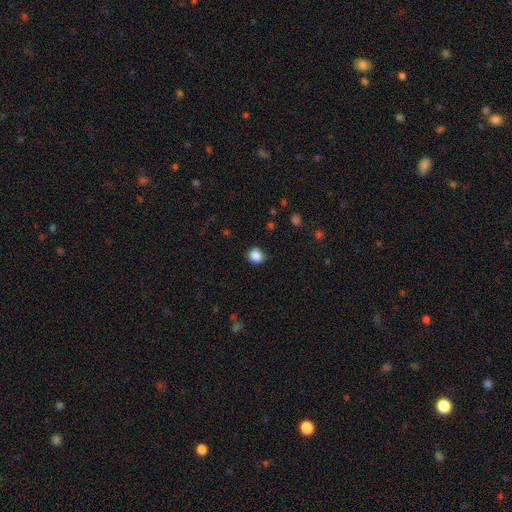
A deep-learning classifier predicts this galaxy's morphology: smooth-or-featured: smooth: 87% | star or artifact: 10% | featured or disk: 3%
  how-rounded: round: 87% | in between: 12% | cigar-shaped: 1%
  merging: none: 86% | minor disturbance: 11% | major disturbance: 2% | merger: 1%